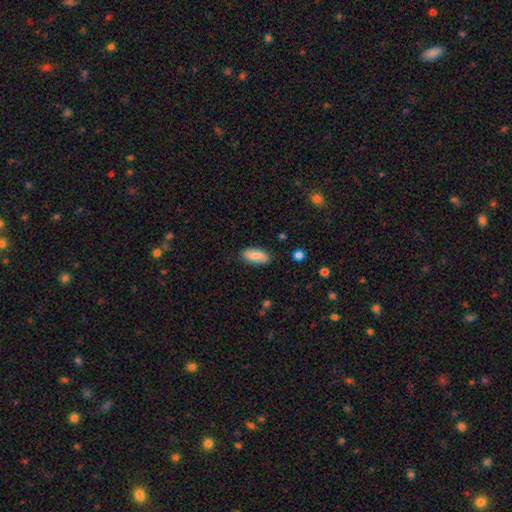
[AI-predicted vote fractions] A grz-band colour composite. It shows a smooth galaxy with no disk features (73%) that is in between round and cigar-shaped (87%). Merging: none (85%).